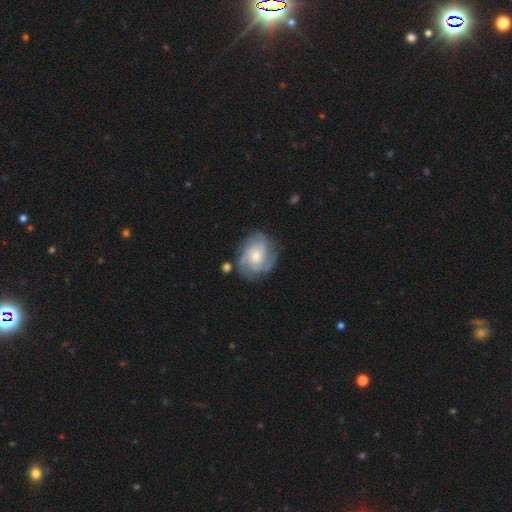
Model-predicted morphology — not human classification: A featured or disk galaxy (81%) with no bar (70%), 3 (38%) tight (53%) spiral arms (95%) and a small central bulge (47%). Merging: none (71%).